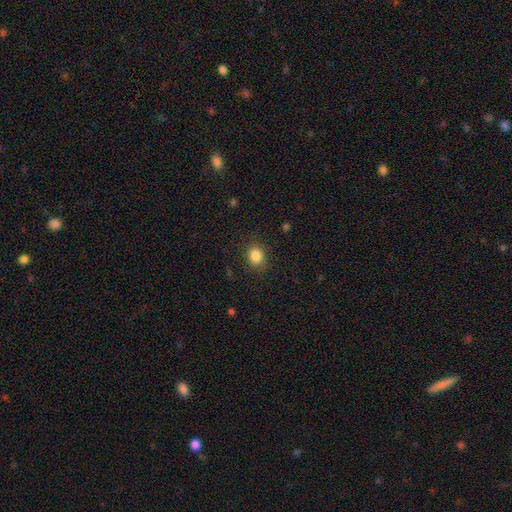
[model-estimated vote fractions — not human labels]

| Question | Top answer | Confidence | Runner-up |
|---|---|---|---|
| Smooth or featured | smooth | 85% | star or artifact (10%) |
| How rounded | round | 54% | in between (45%) |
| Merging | none | 84% | minor disturbance (12%) |